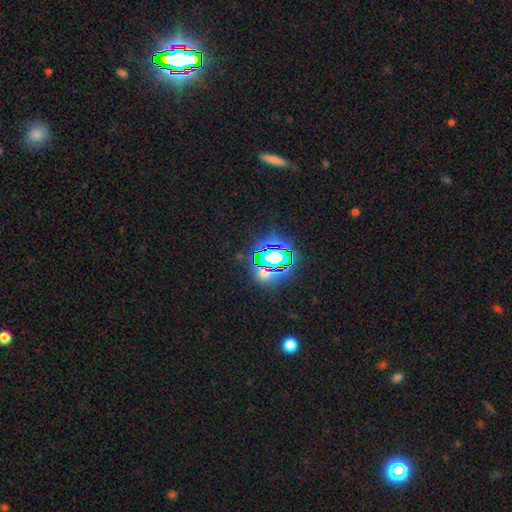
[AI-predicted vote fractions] Smooth or featured?
  - star or artifact: 79% *
  - smooth: 13%
  - featured or disk: 8%